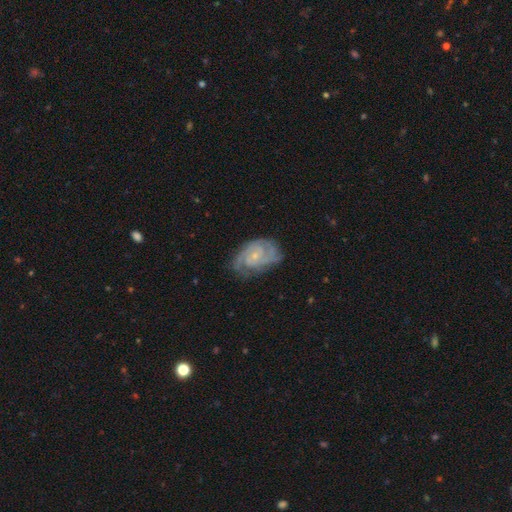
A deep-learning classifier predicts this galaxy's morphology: The model was most divided on "spiral arm count": 2: 38%, 3: 26%, can't tell: 19%, 4: 7%, 1: 5%, more than 4: 5%. More confident: edge-on disk — no (97%); spiral arms — yes (96%); smooth or featured — featured or disk (86%); bulge size — small (76%); bar — no (69%); merging — none (69%); spiral winding — tight (57%).